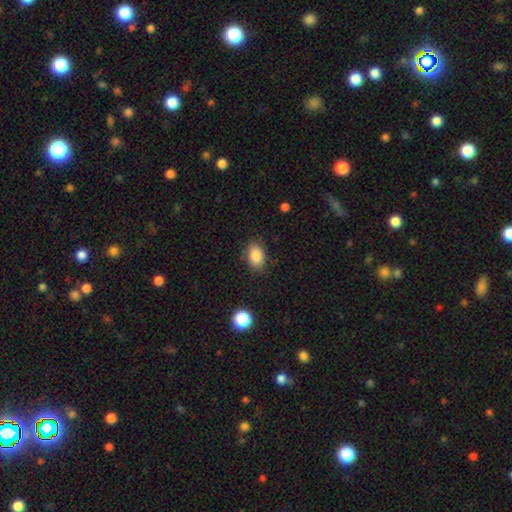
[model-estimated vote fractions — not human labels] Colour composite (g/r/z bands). It shows a smooth galaxy with no disk features (87%) that is in between round and cigar-shaped (82%). Merging: none (83%).